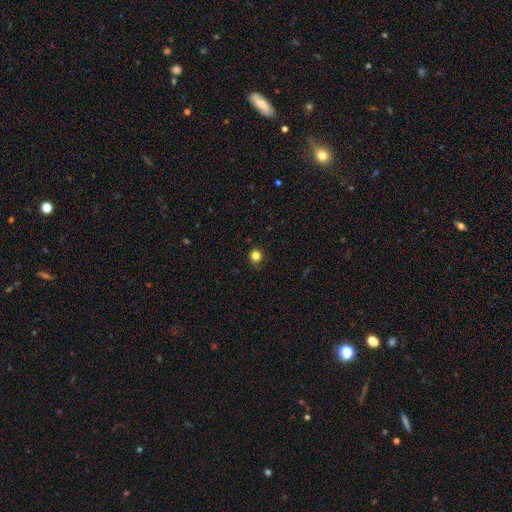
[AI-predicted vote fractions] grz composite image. It shows a smooth galaxy with no disk features (83%) that is round (93%). Merging: none (90%).